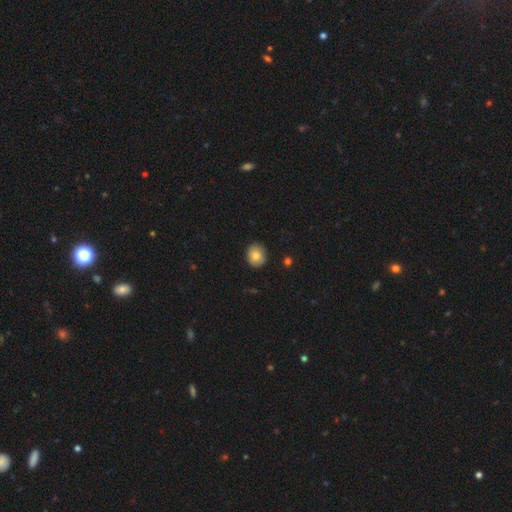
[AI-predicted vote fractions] Smooth or featured?
  - smooth: 82% *
  - featured or disk: 10%
  - star or artifact: 8%
How rounded?
  - round: 72% *
  - in between: 27%
  - cigar-shaped: 1%
Merging?
  - none: 88% *
  - minor disturbance: 9%
  - major disturbance: 2%
  - merger: 1%